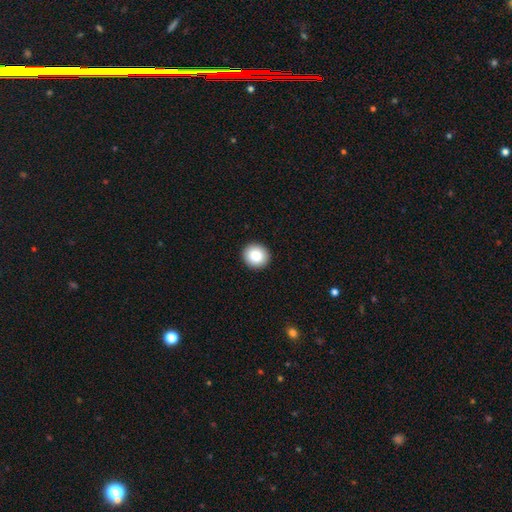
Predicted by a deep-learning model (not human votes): Smooth or featured? Predicted: smooth (p=0.87). How rounded? Predicted: round (p=0.90). Merging? Predicted: none (p=0.93).